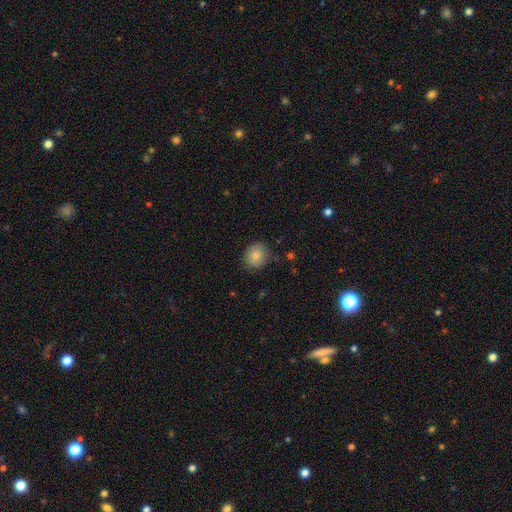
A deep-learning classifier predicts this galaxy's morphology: smooth-or-featured: smooth: 84% | star or artifact: 8% | featured or disk: 8%
  how-rounded: round: 82% | in between: 17% | cigar-shaped: 1%
  merging: none: 84% | minor disturbance: 12% | major disturbance: 3% | merger: 1%